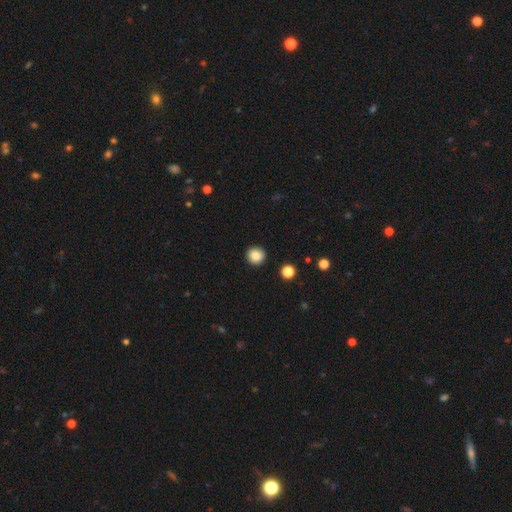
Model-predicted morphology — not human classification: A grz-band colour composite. It shows a smooth galaxy with no disk features (86%) that is round (94%). Merging: none (92%).